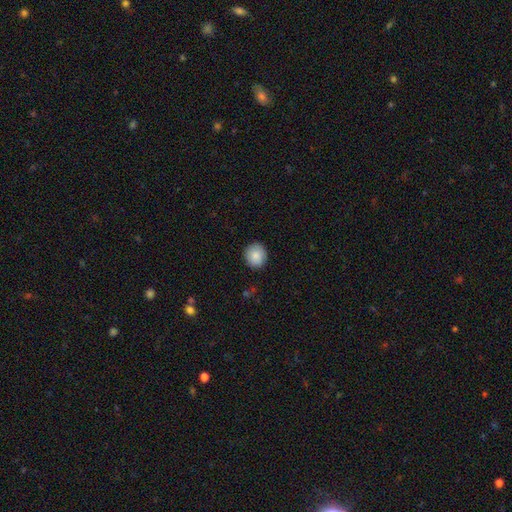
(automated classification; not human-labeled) Smooth or featured: smooth — 88% (star or artifact — 7%)
How rounded: round — 86% (in between — 13%)
Merging: none — 89% (minor disturbance — 8%)